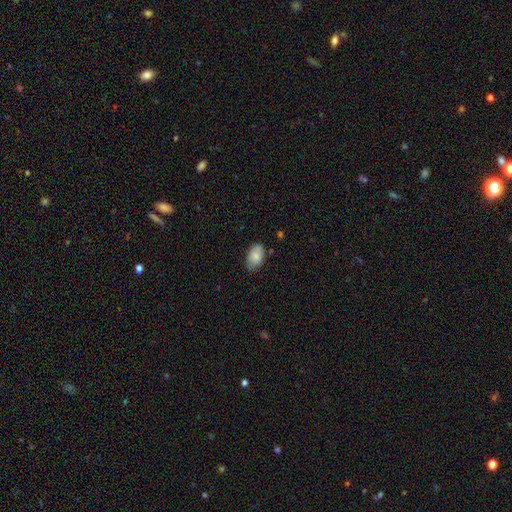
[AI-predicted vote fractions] This appears to be a smooth galaxy with no disk features (83%) that is in between round and cigar-shaped (93%). Merging: none (75%).